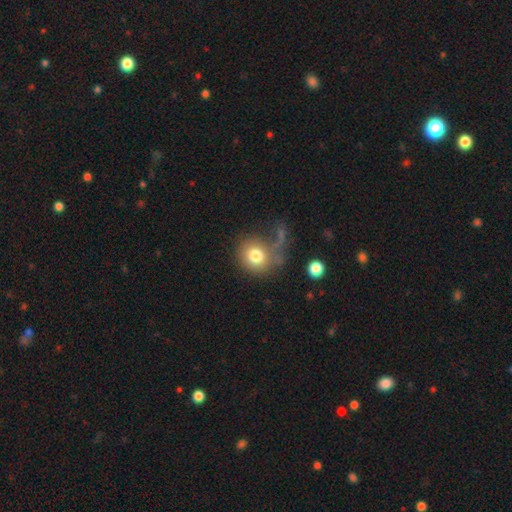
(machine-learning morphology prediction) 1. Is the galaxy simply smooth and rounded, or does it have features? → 77% smooth, 14% featured or disk, 9% star or artifact.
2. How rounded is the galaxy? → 79% round, 20% in between, 1% cigar-shaped.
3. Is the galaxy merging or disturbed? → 45% none, 26% major disturbance, 19% minor disturbance, 9% merger.